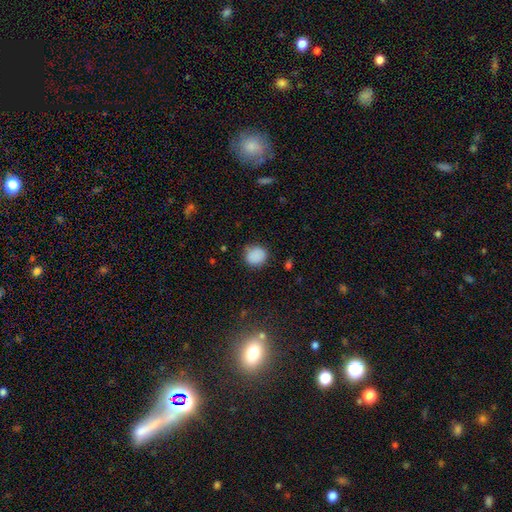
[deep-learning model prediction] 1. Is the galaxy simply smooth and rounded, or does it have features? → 87% smooth, 9% star or artifact, 4% featured or disk.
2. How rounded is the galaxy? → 82% round, 17% in between, 1% cigar-shaped.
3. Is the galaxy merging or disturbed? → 79% none, 16% minor disturbance, 4% major disturbance, 2% merger.